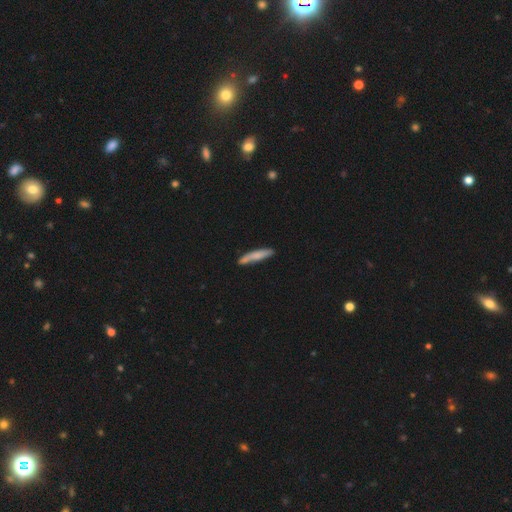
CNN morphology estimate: This is likely a smooth galaxy (73%). How rounded: clearly cigar-shaped (92%). Merging: likely none (76%).